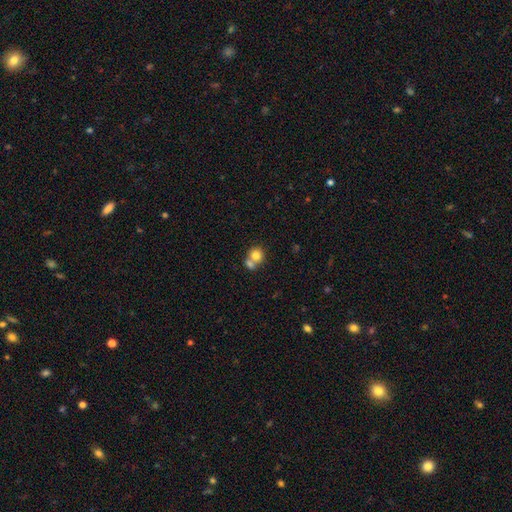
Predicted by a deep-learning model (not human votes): smooth 79%, featured or disk 12%, star or artifact 9%. Down the decision tree: how rounded — round (82%); merging — merger (51%).